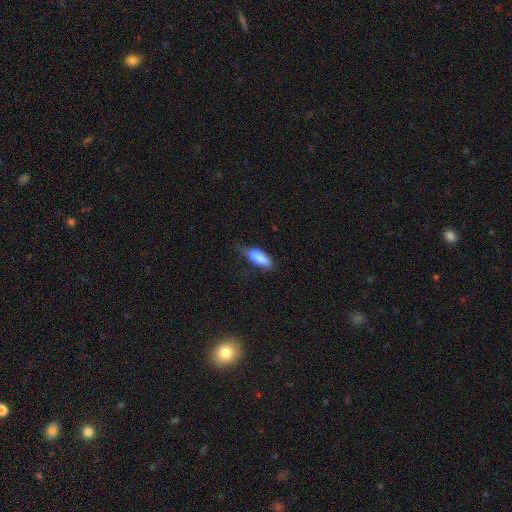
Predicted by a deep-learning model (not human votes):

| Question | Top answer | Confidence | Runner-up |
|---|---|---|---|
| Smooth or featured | smooth | 78% | featured or disk (14%) |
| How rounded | in between | 68% | cigar-shaped (29%) |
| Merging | minor disturbance | 40% | none (33%) |